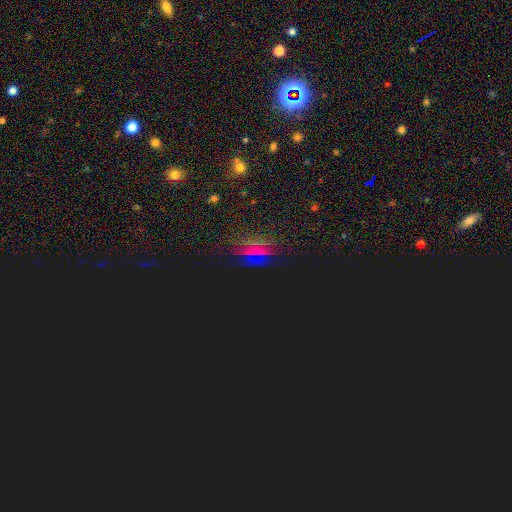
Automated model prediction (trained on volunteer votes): smooth-or-featured: star or artifact: 71% | smooth: 19% | featured or disk: 10%